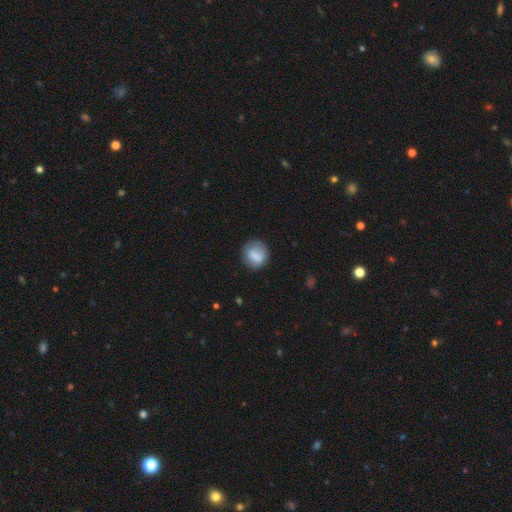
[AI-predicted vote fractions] A smooth galaxy with no disk features (81%) that is round (79%). Merging: none (76%).